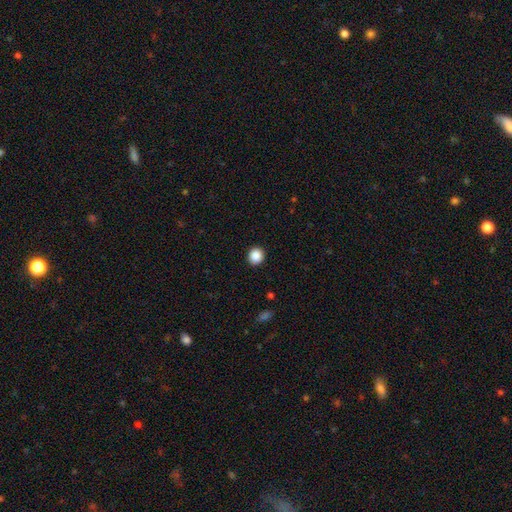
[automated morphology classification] smooth 88%, star or artifact 9%, featured or disk 3%. Down the decision tree: how rounded — round (87%); merging — none (92%).